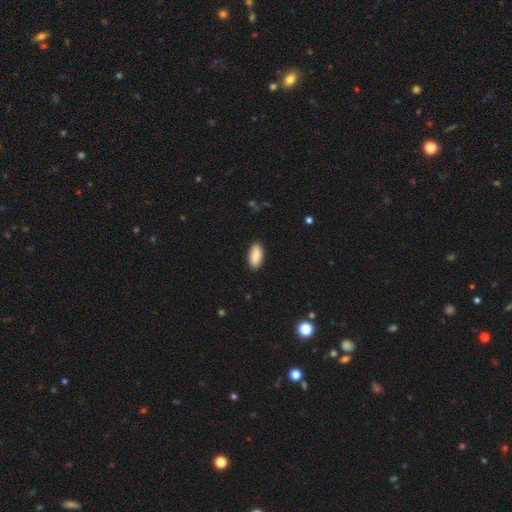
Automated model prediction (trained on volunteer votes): Q: Smooth or featured?
A: smooth (88%); runner-up: star or artifact (6%)
Q: How rounded?
A: in between (89%); runner-up: cigar-shaped (10%)
Q: Merging?
A: none (89%); runner-up: minor disturbance (8%)